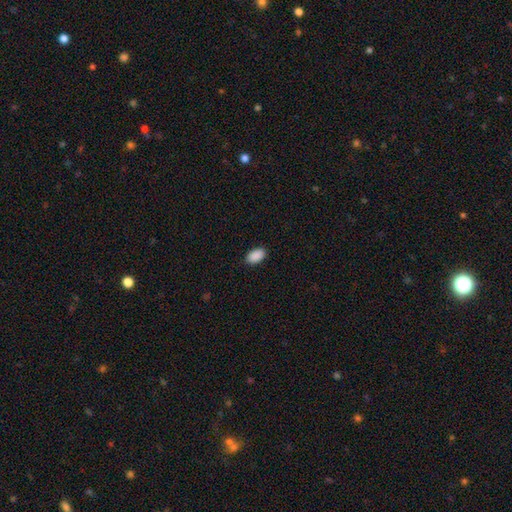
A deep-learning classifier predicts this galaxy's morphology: A smooth galaxy with no disk features (91%) that is in between round and cigar-shaped (94%).

Vote fractions:
- Smooth or featured? smooth: 91% / star or artifact: 7% / featured or disk: 2%
- How rounded? in between: 94% / round: 5% / cigar-shaped: 1%
- Merging? none: 89% / minor disturbance: 8% / major disturbance: 2% / merger: 1%